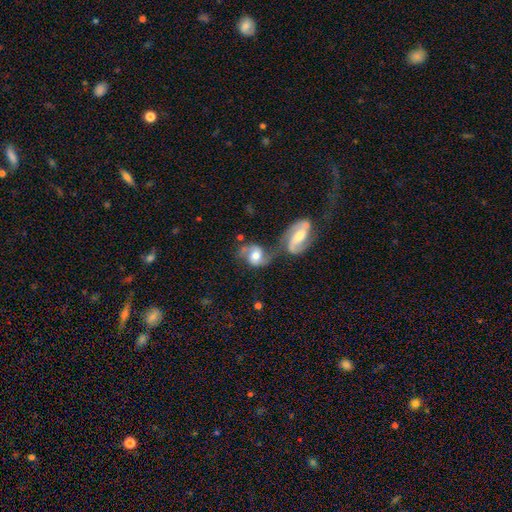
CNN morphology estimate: The model was most divided on "bar": no: 45%, weak: 38%, strong: 16%. More confident: edge-on disk — no (96%); spiral arms — yes (92%); spiral arm count — 2 (88%); smooth or featured — featured or disk (74%); bulge size — moderate (65%); merging — merger (51%); spiral winding — medium (51%).